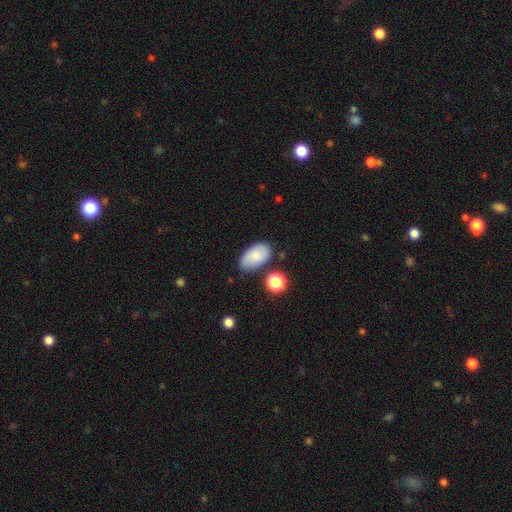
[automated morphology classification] Overall: smooth (73%). How rounded: in between (93%). Merging: none (69%).